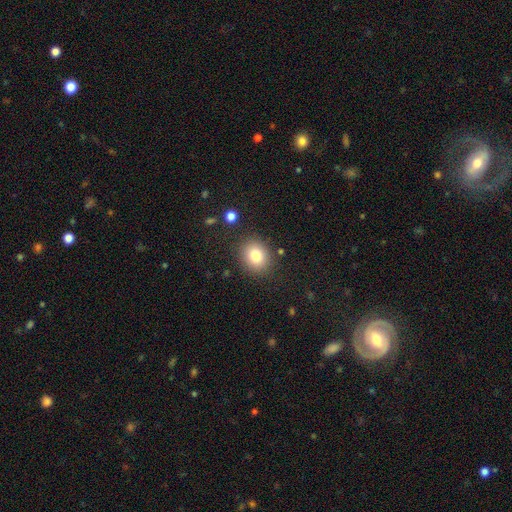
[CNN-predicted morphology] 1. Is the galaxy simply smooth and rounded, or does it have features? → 80% smooth, 11% star or artifact, 9% featured or disk.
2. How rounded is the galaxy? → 66% round, 33% in between, 1% cigar-shaped.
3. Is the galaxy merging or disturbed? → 86% none, 9% minor disturbance, 3% major disturbance, 2% merger.